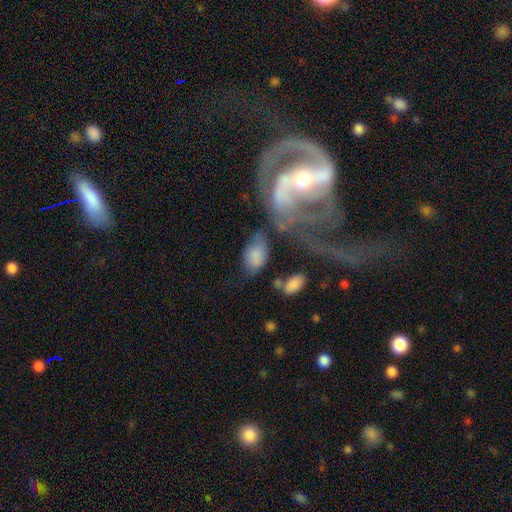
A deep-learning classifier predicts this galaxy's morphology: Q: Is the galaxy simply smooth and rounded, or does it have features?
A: smooth — 79%.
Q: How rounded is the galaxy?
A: in between — 90%.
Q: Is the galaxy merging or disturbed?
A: none — 46%.